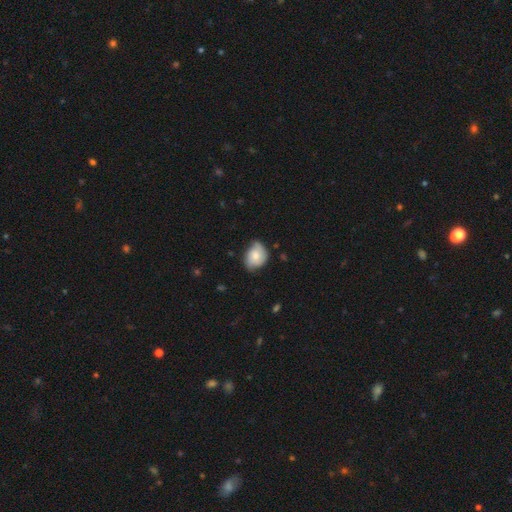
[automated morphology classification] This is possibly a smooth galaxy (58%). How rounded: possibly in between (50%). Merging: possibly none (54%).